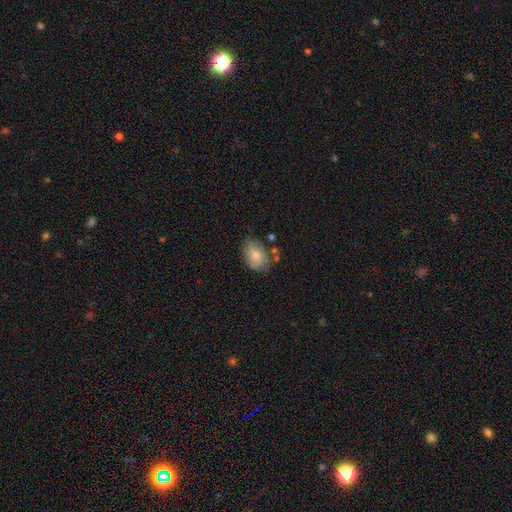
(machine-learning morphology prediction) This appears to be a smooth galaxy with no disk features (71%) that is in between round and cigar-shaped (79%). Merging: none (66%).